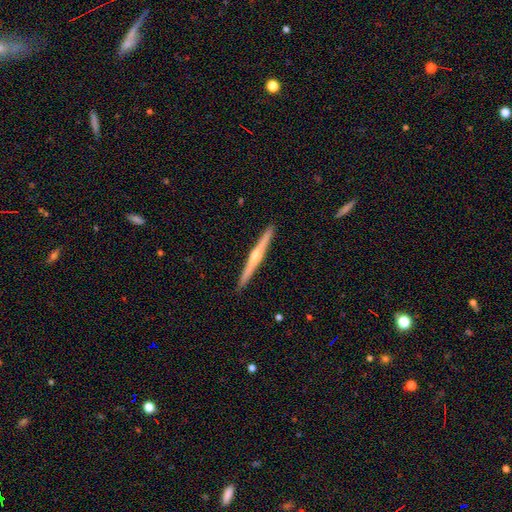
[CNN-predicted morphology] This is likely a featured or disk galaxy (77%). It is clearly viewed edge-on (98%). Edge-on bulge: clearly rounded (87%). Merging: clearly none (93%).